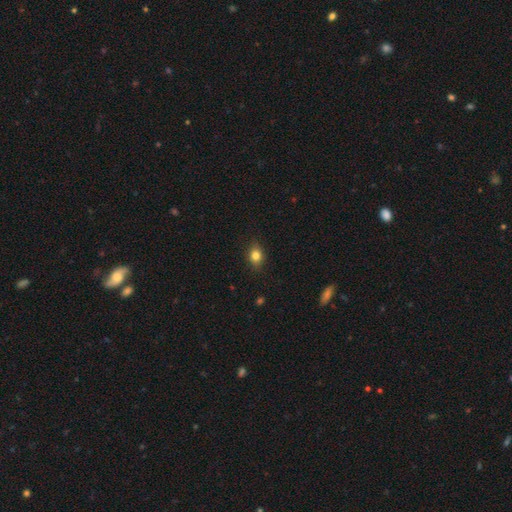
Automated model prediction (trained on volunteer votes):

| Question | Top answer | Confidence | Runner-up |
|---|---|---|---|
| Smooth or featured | smooth | 80% | star or artifact (11%) |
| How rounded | in between | 58% | round (39%) |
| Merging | none | 86% | minor disturbance (11%) |